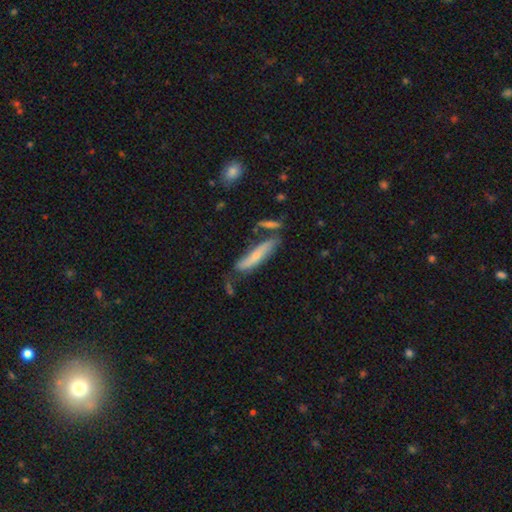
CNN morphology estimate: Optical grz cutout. It shows a smooth galaxy with no disk features (54%) that is cigar-shaped (81%). Merging: none (61%).